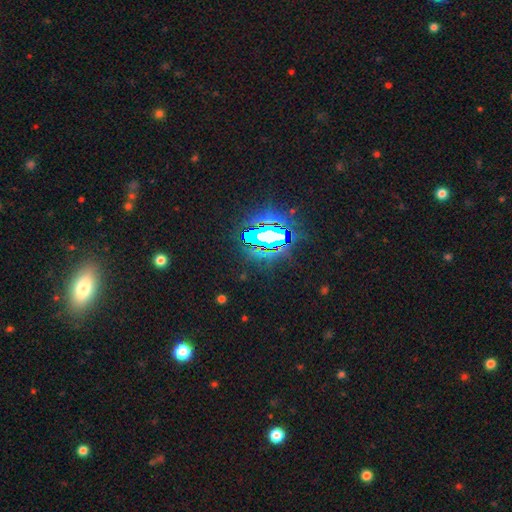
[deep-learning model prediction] This appears to be a star or artifact, not a galaxy (81%).